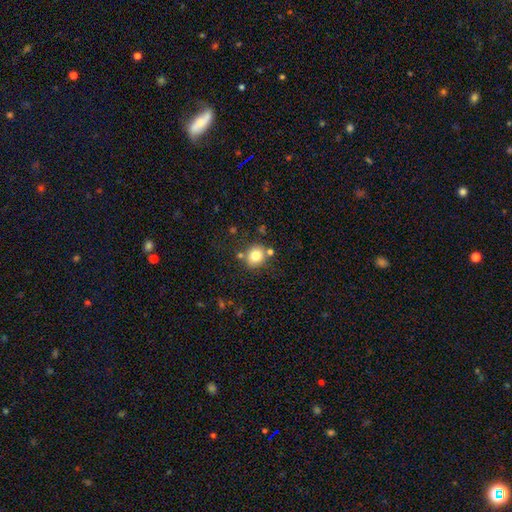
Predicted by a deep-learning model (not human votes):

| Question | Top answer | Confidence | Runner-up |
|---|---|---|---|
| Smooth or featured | smooth | 78% | star or artifact (12%) |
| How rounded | round | 78% | in between (21%) |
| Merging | none | 76% | minor disturbance (11%) |